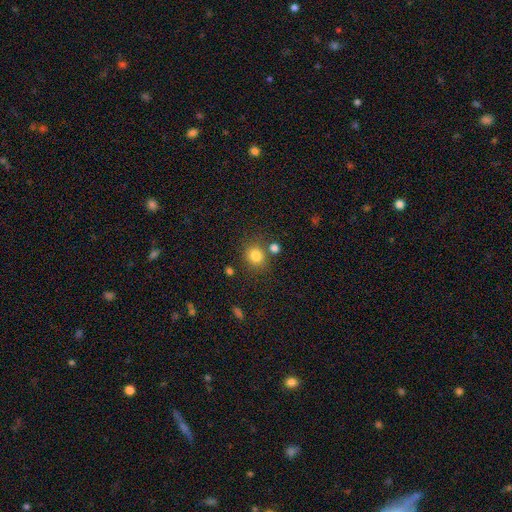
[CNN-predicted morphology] Smooth or featured: smooth — 82% (star or artifact — 12%)
How rounded: round — 79% (in between — 20%)
Merging: none — 72% (merger — 12%)